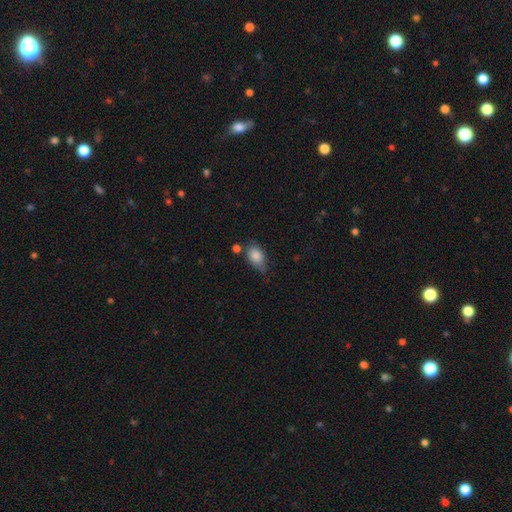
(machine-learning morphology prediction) A smooth galaxy with no disk features (85%) that is in between round and cigar-shaped (87%).

Vote fractions:
- Smooth or featured? smooth: 85% / star or artifact: 8% / featured or disk: 8%
- How rounded? in between: 87% / round: 10% / cigar-shaped: 3%
- Merging? none: 51% / minor disturbance: 34% / major disturbance: 8% / merger: 7%